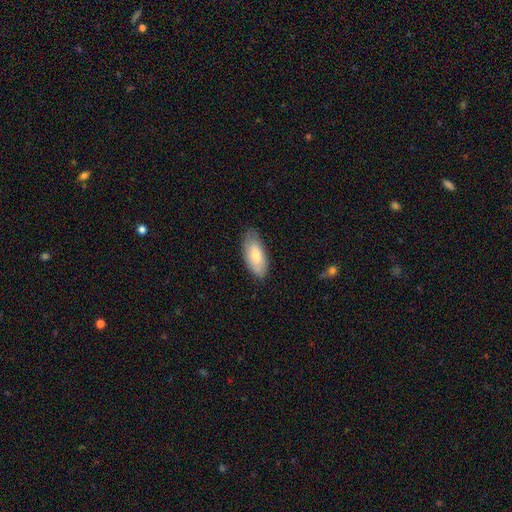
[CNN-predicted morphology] smooth-or-featured: smooth: 78% | featured or disk: 17% | star or artifact: 6%
  how-rounded: in between: 88% | cigar-shaped: 10% | round: 2%
  merging: none: 77% | minor disturbance: 18% | major disturbance: 3% | merger: 1%